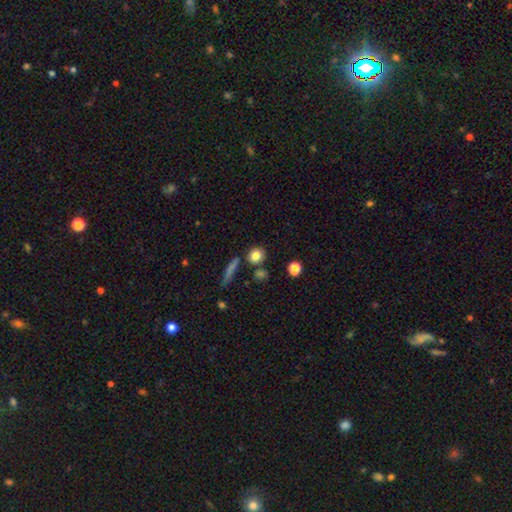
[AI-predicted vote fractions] The model was most divided on "how rounded": round: 78%, in between: 18%, cigar-shaped: 4%. More confident: smooth or featured — smooth (82%); merging — none (78%).